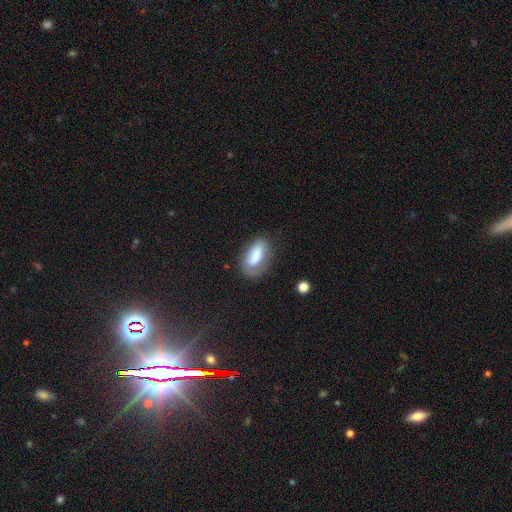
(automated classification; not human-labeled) Smooth or featured? Predicted: smooth (p=0.68). How rounded? Predicted: in between (p=0.91). Merging? Predicted: none (p=0.56).